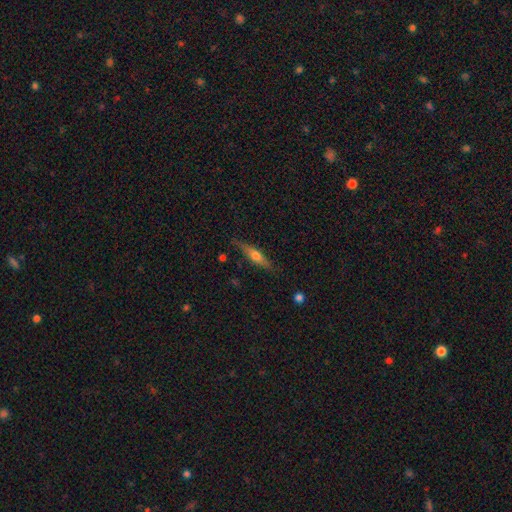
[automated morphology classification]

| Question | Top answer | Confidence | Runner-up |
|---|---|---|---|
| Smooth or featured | featured or disk | 55% | smooth (38%) |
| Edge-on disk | yes | 92% | no (8%) |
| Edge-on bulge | rounded | 87% | boxy (6%) |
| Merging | none | 80% | minor disturbance (15%) |